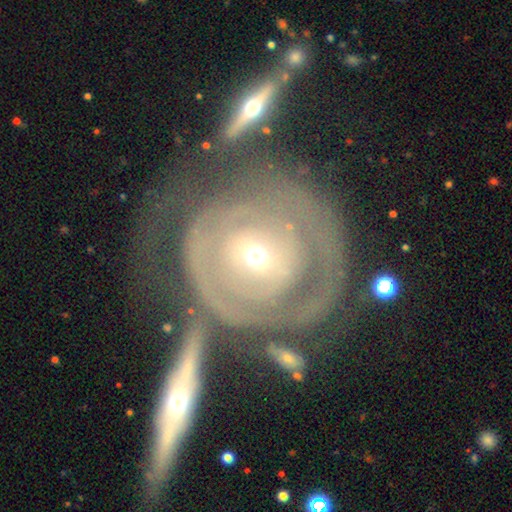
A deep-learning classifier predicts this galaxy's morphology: This appears to be a featured or disk galaxy (78%) with no bar (68%), 2 (40%) tight (68%) spiral arms (74%) and a small central bulge (67%). Merging: none (45%).